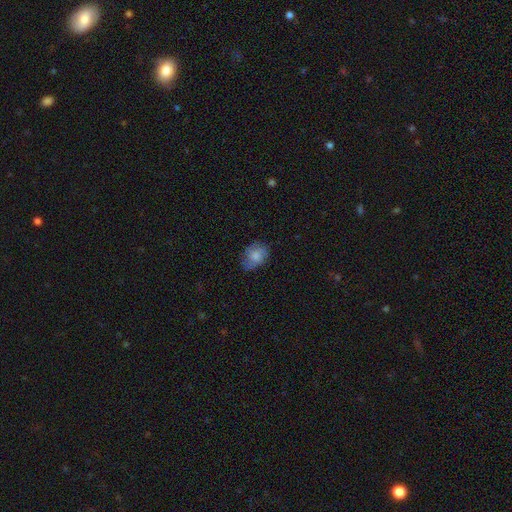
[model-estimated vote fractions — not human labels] smooth 77%, featured or disk 15%, star or artifact 8%. Down the decision tree: how rounded — in between (62%); merging — none (62%).